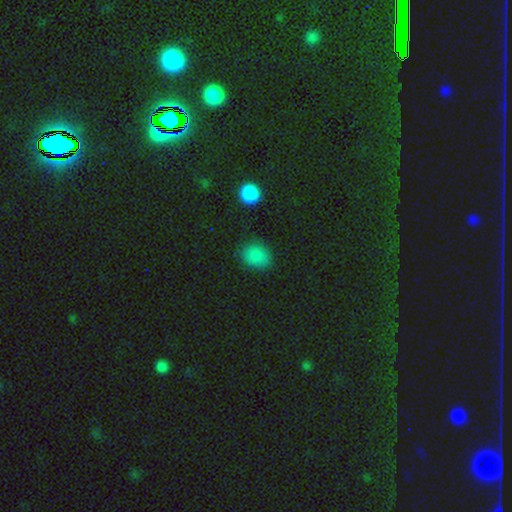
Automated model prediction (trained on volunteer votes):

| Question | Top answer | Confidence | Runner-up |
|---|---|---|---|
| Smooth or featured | smooth | 82% | star or artifact (14%) |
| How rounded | round | 53% | in between (45%) |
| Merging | none | 82% | minor disturbance (12%) |